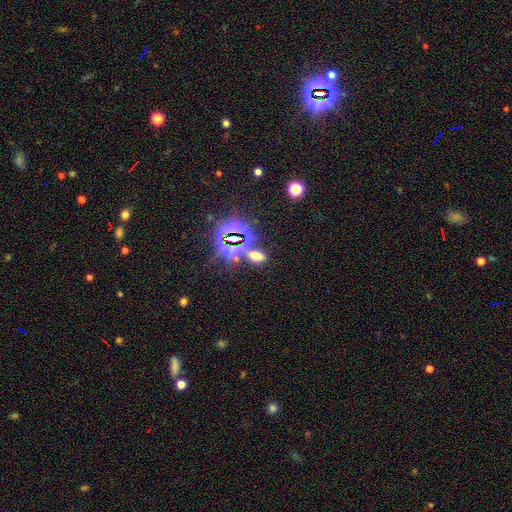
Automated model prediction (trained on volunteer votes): The model was most divided on "smooth or featured": smooth: 51%, star or artifact: 40%, featured or disk: 9%. More confident: how rounded — in between (84%); merging — none (74%).